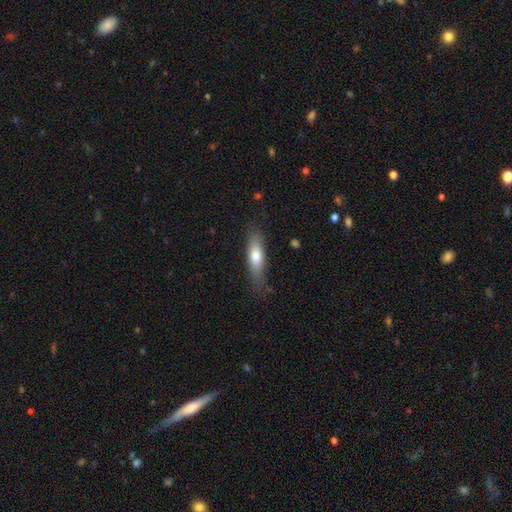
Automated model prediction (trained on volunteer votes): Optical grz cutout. It shows a smooth galaxy with no disk features (72%) that is cigar-shaped (53%). Merging: none (74%).